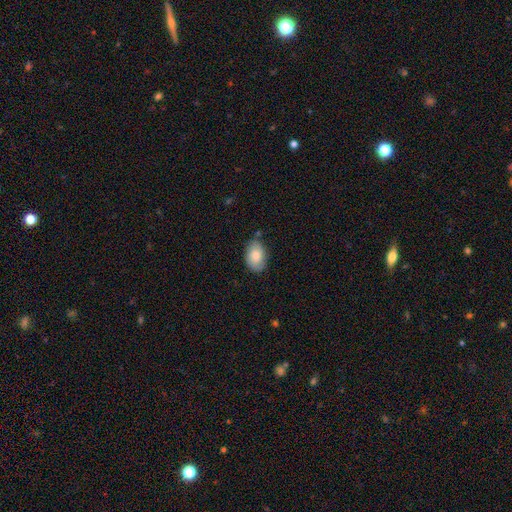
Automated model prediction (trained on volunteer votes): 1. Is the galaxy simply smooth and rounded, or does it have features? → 77% smooth, 16% featured or disk, 7% star or artifact.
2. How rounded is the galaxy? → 88% in between, 11% round, 1% cigar-shaped.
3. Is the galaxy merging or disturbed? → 73% none, 20% minor disturbance, 4% major disturbance, 3% merger.